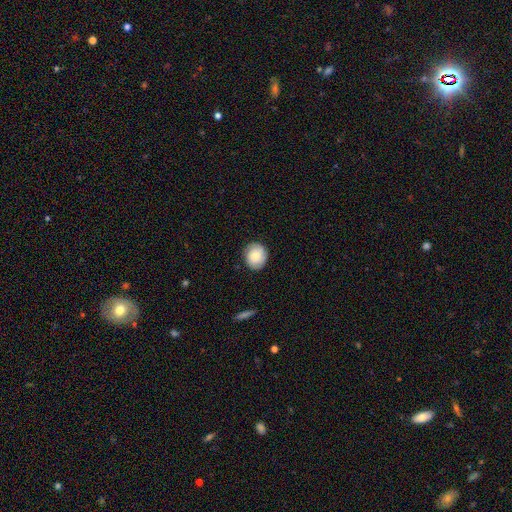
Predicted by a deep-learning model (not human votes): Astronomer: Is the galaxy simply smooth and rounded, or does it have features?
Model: smooth — 73%.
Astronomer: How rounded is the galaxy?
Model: round — 79%.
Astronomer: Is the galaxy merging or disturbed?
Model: none — 83%.